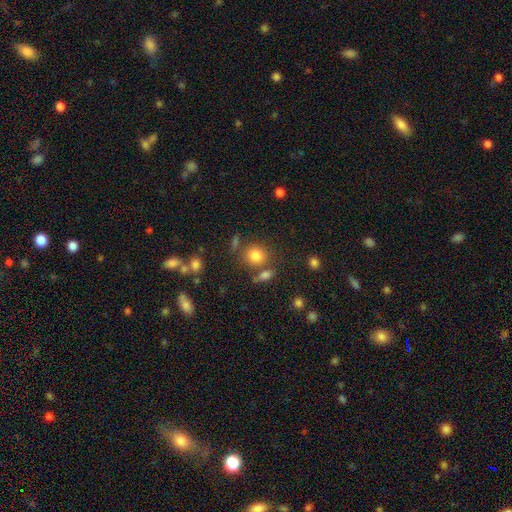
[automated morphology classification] smooth_or_featured: smooth (p=0.79) [alt: star or artifact p=0.12]
how_rounded: round (p=0.80) [alt: in between p=0.19]
merging: none (p=0.69) [alt: merger p=0.15]